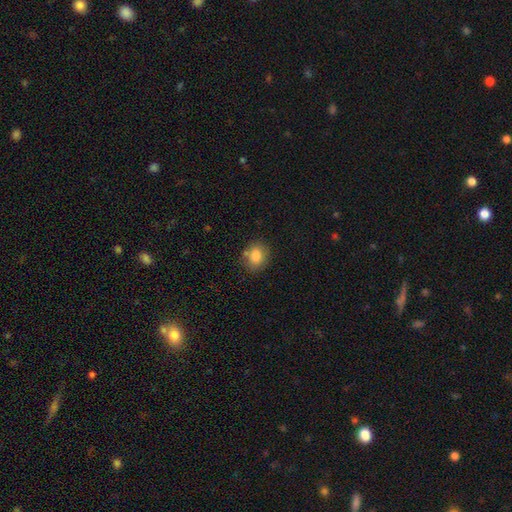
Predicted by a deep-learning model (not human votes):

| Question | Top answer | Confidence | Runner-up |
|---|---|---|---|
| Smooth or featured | smooth | 82% | star or artifact (9%) |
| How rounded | round | 62% | in between (37%) |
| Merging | none | 76% | minor disturbance (14%) |